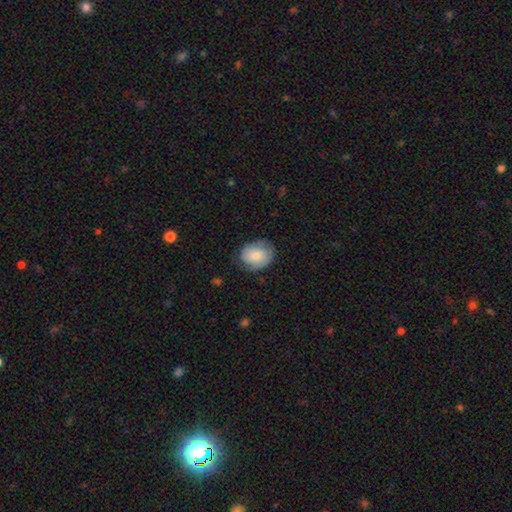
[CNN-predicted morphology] smooth-or-featured: smooth: 72% | featured or disk: 21% | star or artifact: 7%
  how-rounded: in between: 50% | round: 49% | cigar-shaped: 1%
  merging: none: 68% | minor disturbance: 24% | major disturbance: 7% | merger: 1%